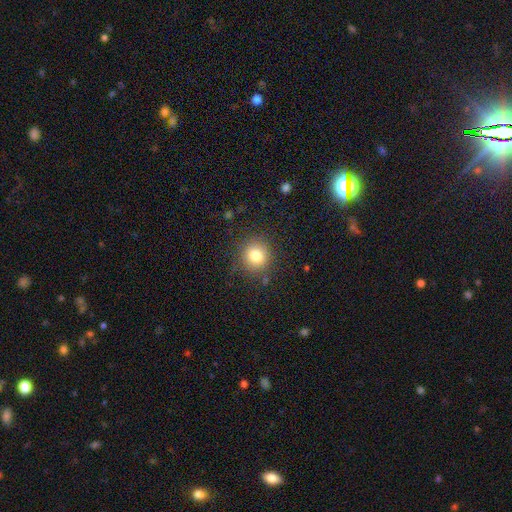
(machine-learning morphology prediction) A smooth galaxy with no disk features (81%) that is round (89%).

Vote fractions:
- Smooth or featured? smooth: 81% / star or artifact: 12% / featured or disk: 7%
- How rounded? round: 89% / in between: 10% / cigar-shaped: 1%
- Merging? none: 86% / minor disturbance: 9% / major disturbance: 3% / merger: 2%